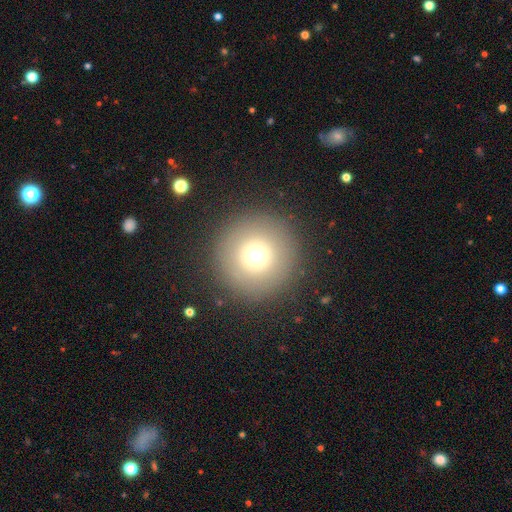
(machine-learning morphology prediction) Smooth or featured? Predicted: smooth (p=0.72). How rounded? Predicted: round (p=0.97). Merging? Predicted: none (p=0.89).